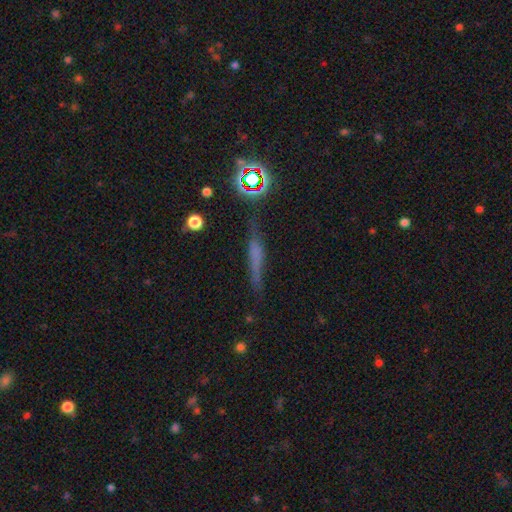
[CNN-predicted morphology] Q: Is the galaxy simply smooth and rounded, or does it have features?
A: smooth — 41%.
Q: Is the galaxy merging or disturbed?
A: none — 70%.